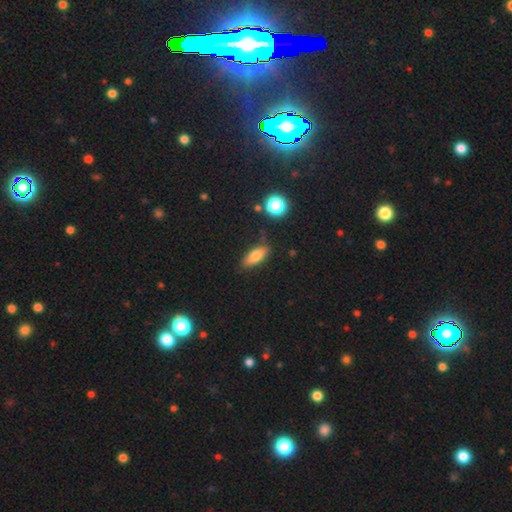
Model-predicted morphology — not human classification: This appears to be a smooth galaxy with no disk features (74%) that is in between round and cigar-shaped (67%). Merging: none (80%).